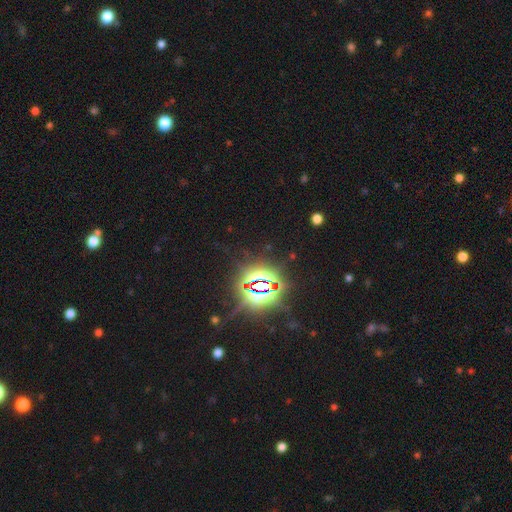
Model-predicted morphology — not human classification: smooth-or-featured: star or artifact: 86% | smooth: 8% | featured or disk: 6%